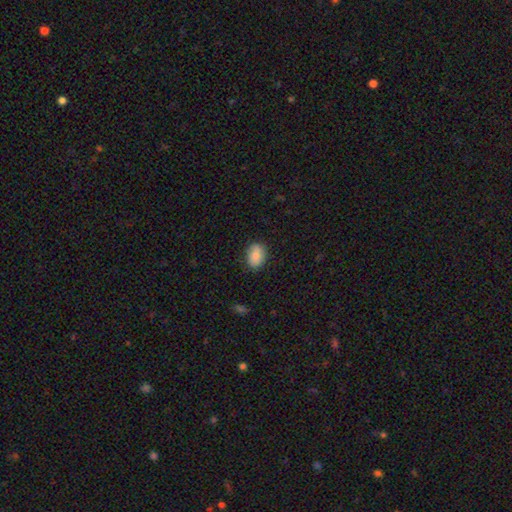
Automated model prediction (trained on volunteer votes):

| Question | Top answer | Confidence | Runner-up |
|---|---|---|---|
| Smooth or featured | smooth | 82% | featured or disk (10%) |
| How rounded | in between | 77% | round (22%) |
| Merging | none | 84% | minor disturbance (12%) |